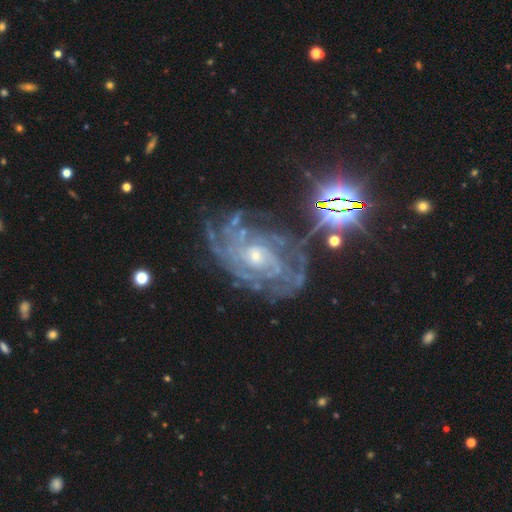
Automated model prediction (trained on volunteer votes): This is clearly a featured or disk galaxy (82%). It is clearly not viewed edge-on (96%). Bar: likely no (71%). Spiral arm pattern: clearly yes (94%). Spiral arm count: marginally can't tell (41%). Spiral winding: likely tight (69%). Central bulge: likely small (61%). Merging: likely none (65%).